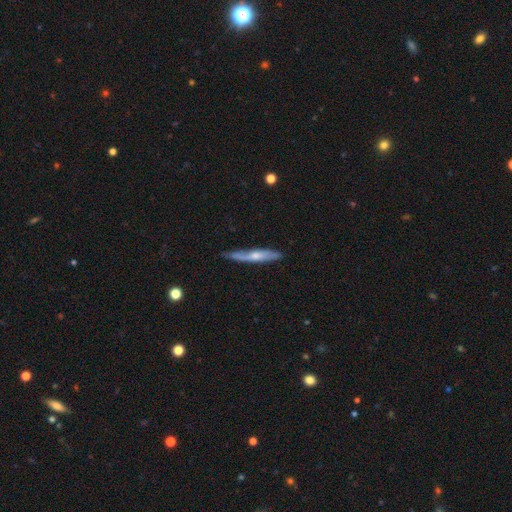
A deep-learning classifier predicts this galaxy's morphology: smooth-or-featured: featured or disk: 56% | smooth: 39% | star or artifact: 5%
  disk-edge-on: yes: 79% | no: 21%
  merging: none: 67% | minor disturbance: 25% | major disturbance: 6% | merger: 2%